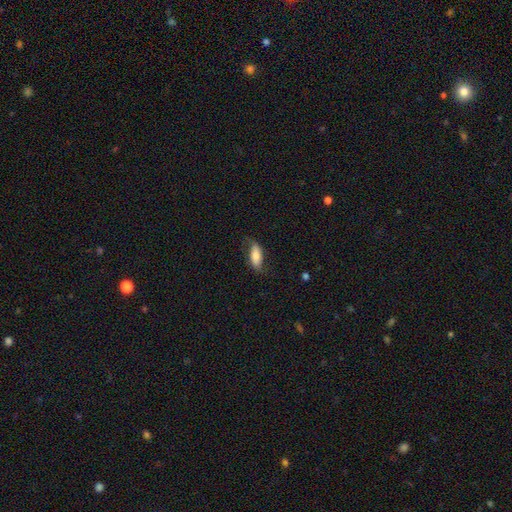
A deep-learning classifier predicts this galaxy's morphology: Overall: smooth (71%). How rounded: in between (76%). Merging: none (65%).